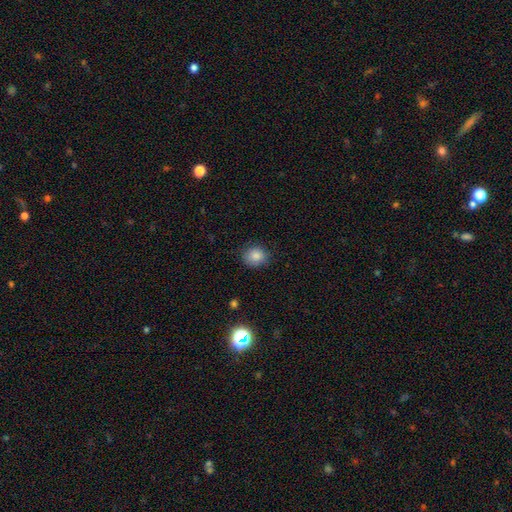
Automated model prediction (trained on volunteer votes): Smooth or featured? Predicted: smooth (p=0.84). How rounded? Predicted: round (p=0.72). Merging? Predicted: none (p=0.82).